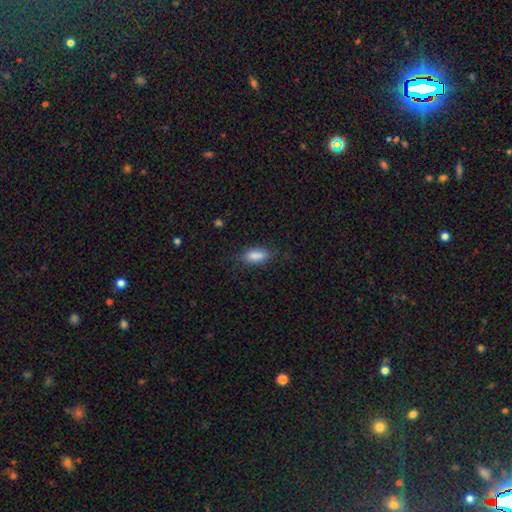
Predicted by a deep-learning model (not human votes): Smooth or featured?
  - smooth: 85% *
  - star or artifact: 8%
  - featured or disk: 7%
How rounded?
  - in between: 83% *
  - cigar-shaped: 14%
  - round: 3%
Merging?
  - none: 76% *
  - minor disturbance: 17%
  - major disturbance: 5%
  - merger: 1%